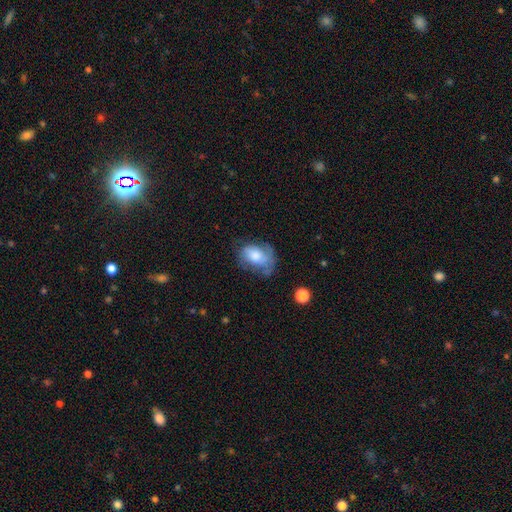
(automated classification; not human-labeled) Morphology: type=smooth (59%); roundness=in between (82%); merging=none (41%).